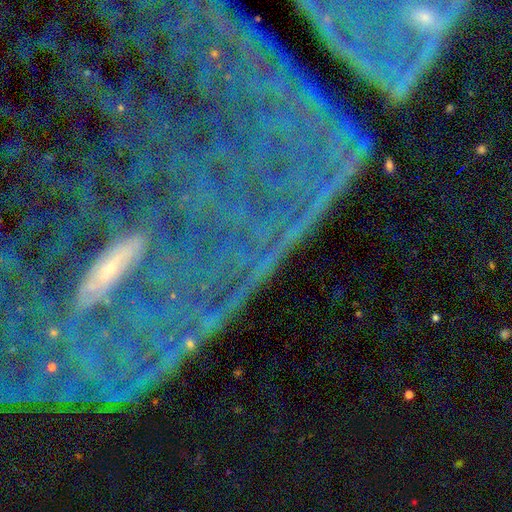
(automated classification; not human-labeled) Smooth or featured?
  - star or artifact: 73% *
  - featured or disk: 18%
  - smooth: 10%